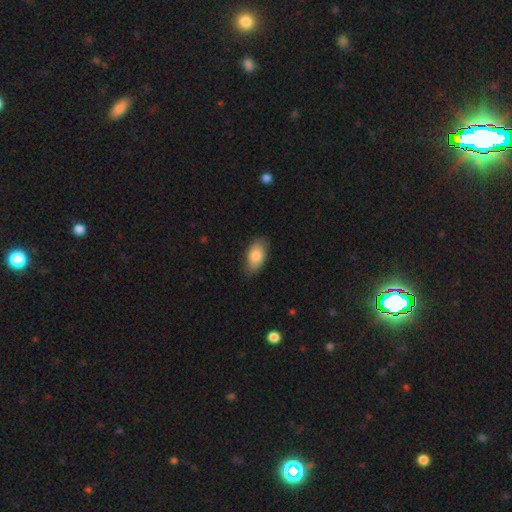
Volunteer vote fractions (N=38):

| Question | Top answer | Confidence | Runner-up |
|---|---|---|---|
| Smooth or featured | smooth | 92% | featured or disk (5%) |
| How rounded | in between | 94% | round (3%) |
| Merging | none | 73% | minor disturbance (19%) |